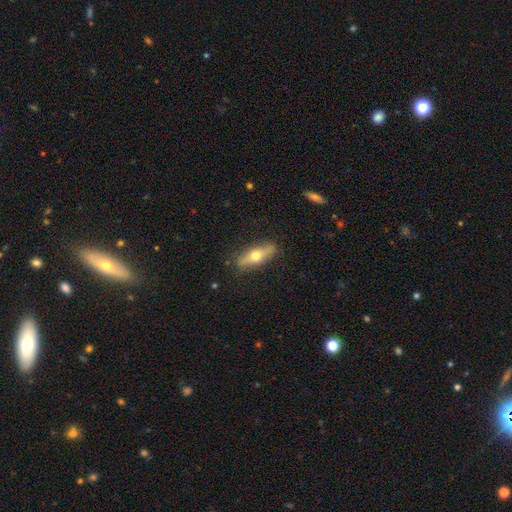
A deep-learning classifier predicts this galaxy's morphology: type=smooth (49%); merging=none (86%).